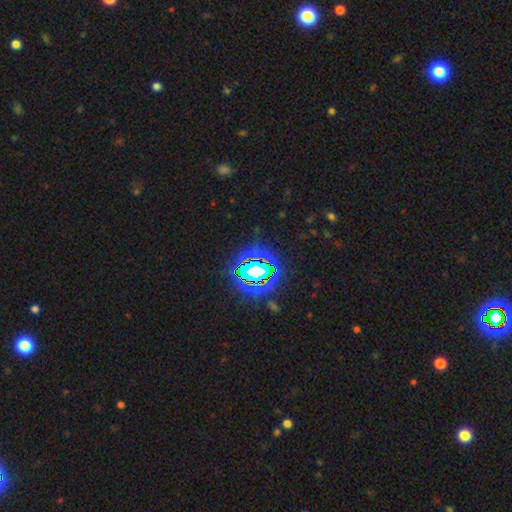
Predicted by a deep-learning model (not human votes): A star or artifact, not a galaxy (83%).

Vote fractions:
- Smooth or featured? star or artifact: 83% / smooth: 11% / featured or disk: 7%